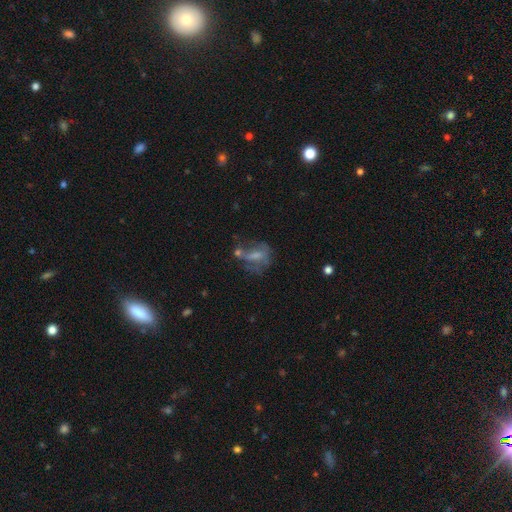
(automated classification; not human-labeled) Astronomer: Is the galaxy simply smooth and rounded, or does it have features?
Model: featured or disk — 47% (runner-up: smooth, 39%).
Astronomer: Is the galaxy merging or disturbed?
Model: major disturbance — 33% (runner-up: none, 31%).